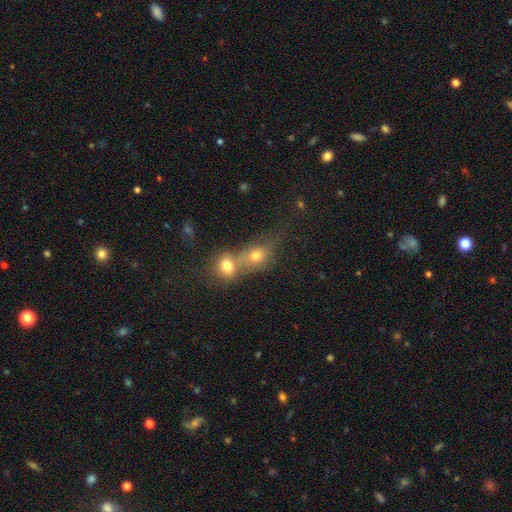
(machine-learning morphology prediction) smooth_or_featured: smooth (p=0.72) [alt: featured or disk p=0.14]
how_rounded: round (p=0.57) [alt: in between p=0.41]
merging: merger (p=0.63) [alt: none p=0.25]